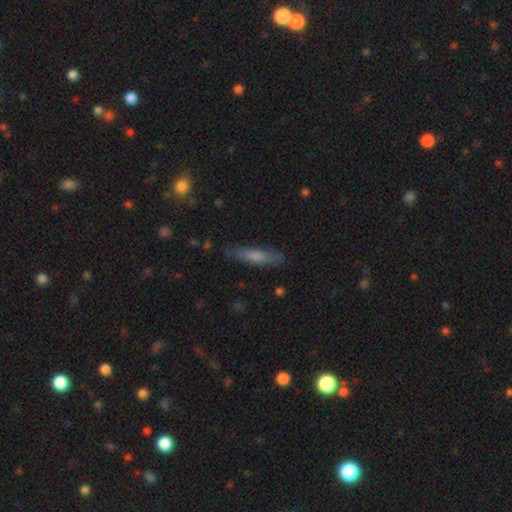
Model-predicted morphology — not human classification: smooth-or-featured: smooth: 62% | featured or disk: 30% | star or artifact: 8%
  how-rounded: cigar-shaped: 82% | in between: 16% | round: 2%
  merging: none: 81% | minor disturbance: 15% | major disturbance: 3% | merger: 2%